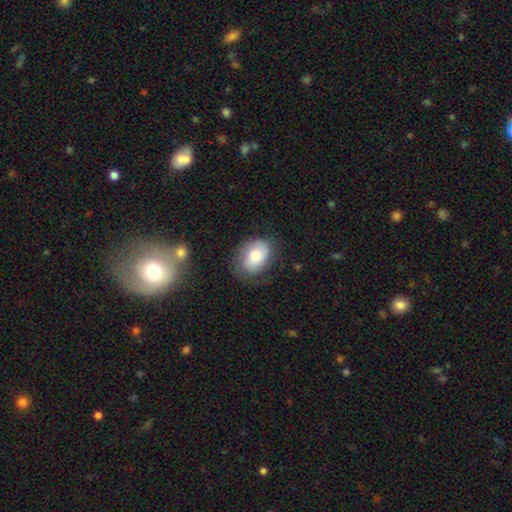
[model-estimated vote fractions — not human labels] Overall: smooth (63%; featured or disk 29%). How rounded: in between (76%). Merging: none (67%).